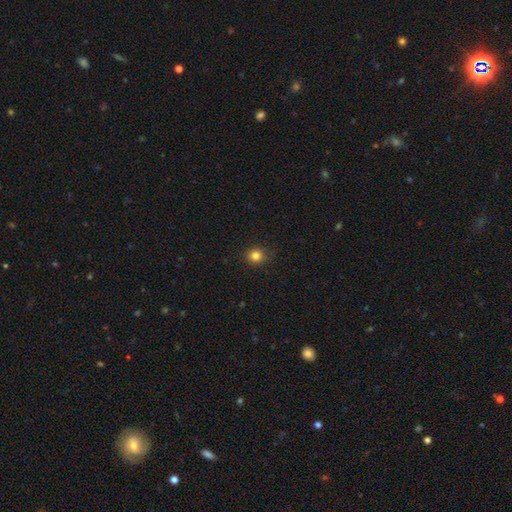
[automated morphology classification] type=smooth (82%); roundness=round (87%); merging=none (87%).